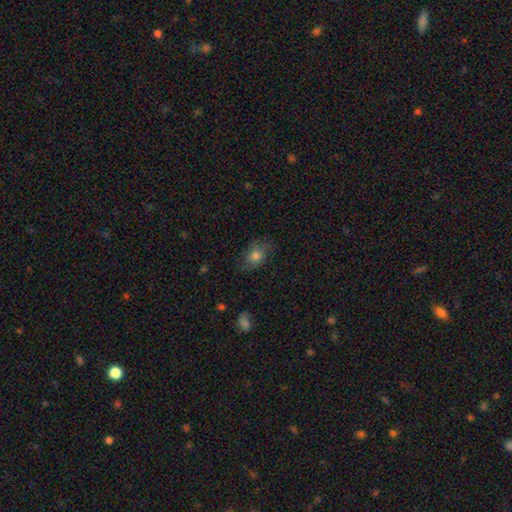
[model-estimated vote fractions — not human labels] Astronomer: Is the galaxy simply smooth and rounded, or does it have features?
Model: smooth — 68%.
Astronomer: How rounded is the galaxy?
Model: in between — 64%.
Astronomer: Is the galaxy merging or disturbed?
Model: none — 67%.